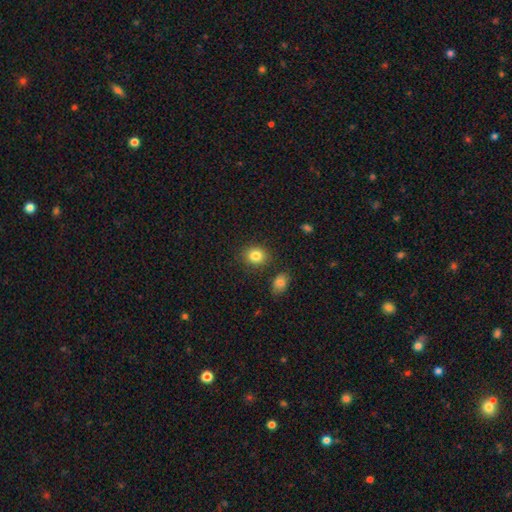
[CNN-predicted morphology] A smooth galaxy with no disk features (84%) that is round (68%).

Vote fractions:
- Smooth or featured? smooth: 84% / star or artifact: 10% / featured or disk: 6%
- How rounded? round: 68% / in between: 31% / cigar-shaped: 1%
- Merging? none: 85% / minor disturbance: 9% / merger: 4% / major disturbance: 3%